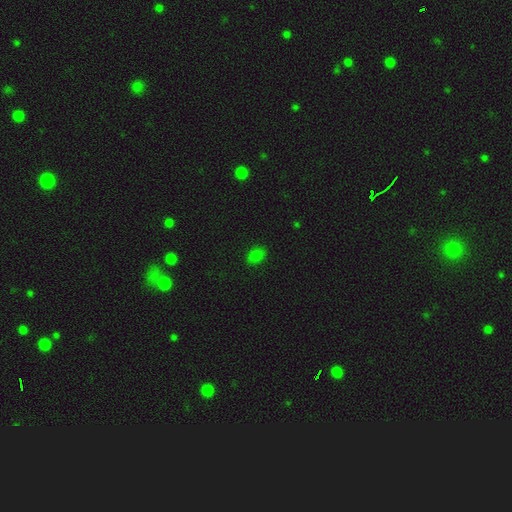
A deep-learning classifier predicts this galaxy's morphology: This appears to be a smooth galaxy with no disk features (79%) that is in between round and cigar-shaped (71%). Merging: none (85%).